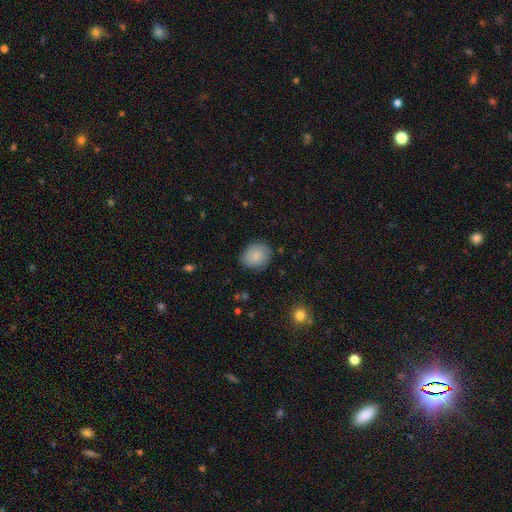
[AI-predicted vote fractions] A smooth galaxy with no disk features (71%) that is round (65%).

Vote fractions:
- Smooth or featured? smooth: 71% / featured or disk: 21% / star or artifact: 8%
- How rounded? round: 65% / in between: 34% / cigar-shaped: 1%
- Merging? none: 80% / minor disturbance: 15% / major disturbance: 4% / merger: 1%